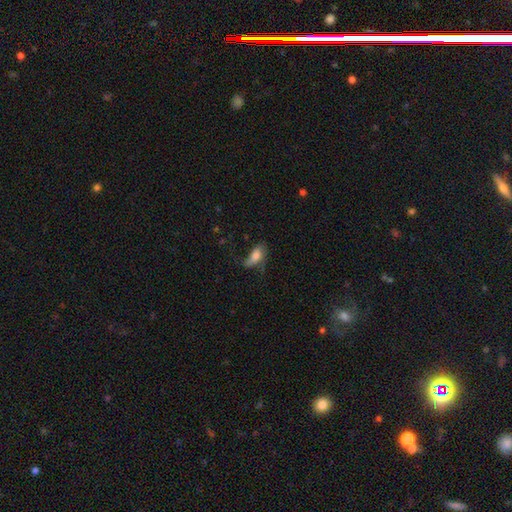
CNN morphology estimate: smooth 68%, featured or disk 22%, star or artifact 9%. Down the decision tree: how rounded — in between (82%); merging — none (36%).